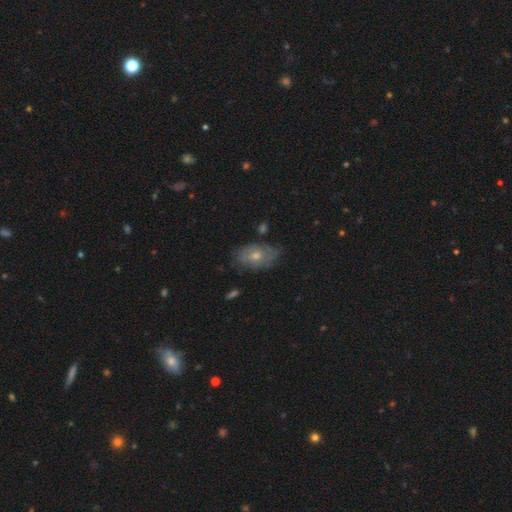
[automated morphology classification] Smooth or featured? featured or disk (45%)
Merging? none (72%)